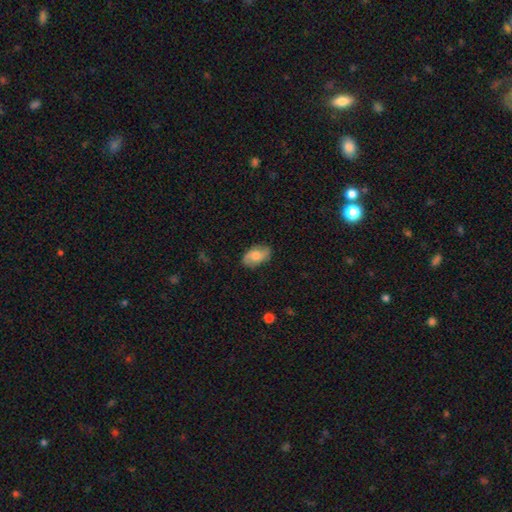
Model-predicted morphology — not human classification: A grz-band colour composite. It shows a smooth galaxy with no disk features (54%) that is in between round and cigar-shaped (91%). Merging: none (79%).